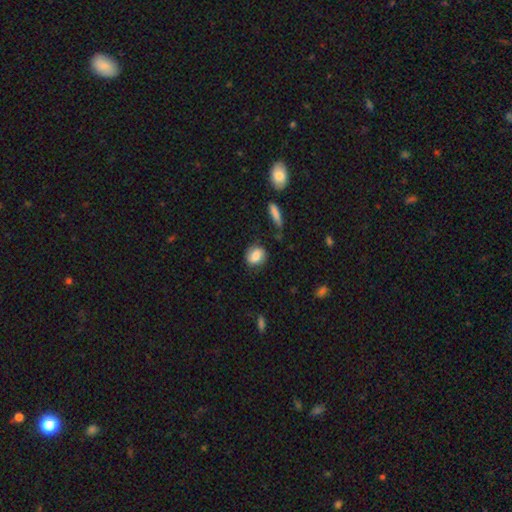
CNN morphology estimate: type=smooth (66%); roundness=round (55%); merging=none (71%).